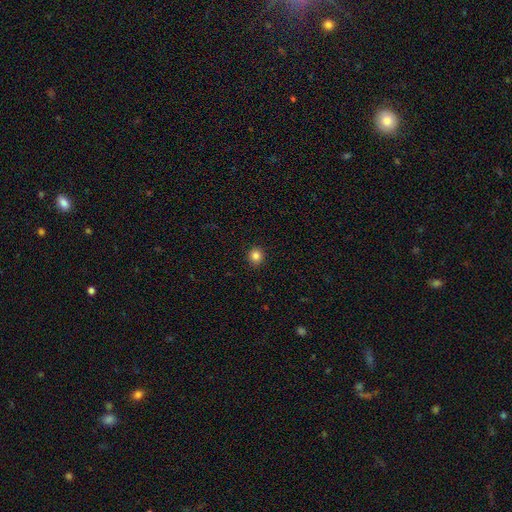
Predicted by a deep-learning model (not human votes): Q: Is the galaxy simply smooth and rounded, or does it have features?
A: smooth — 84%.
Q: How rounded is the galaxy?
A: round — 89%.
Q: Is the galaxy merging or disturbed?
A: none — 92%.